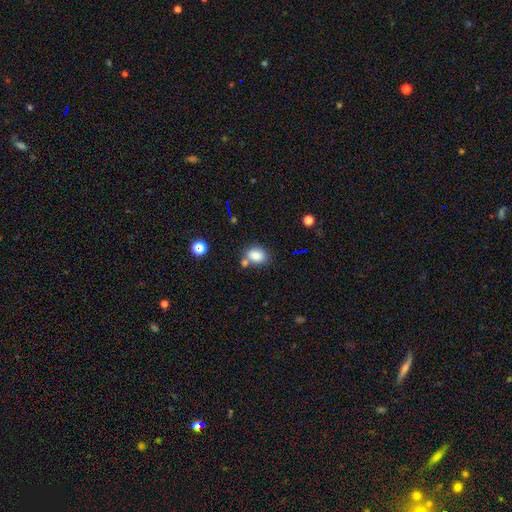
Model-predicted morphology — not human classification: Overall: smooth (83%). How rounded: in between (64%; round 35%). Merging: none (61%).